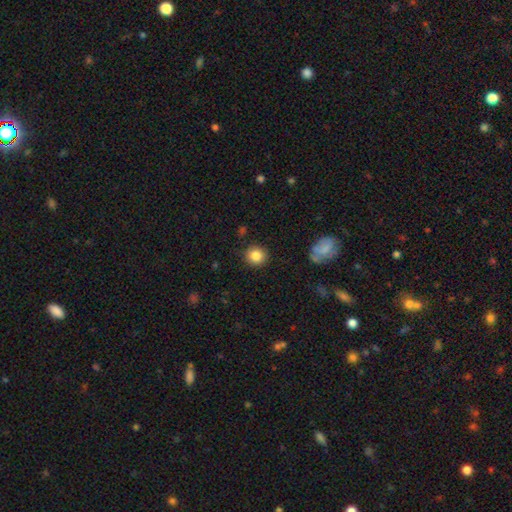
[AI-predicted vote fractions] Smooth or featured: smooth — 85% (star or artifact — 10%)
How rounded: round — 88% (in between — 11%)
Merging: none — 89% (minor disturbance — 7%)